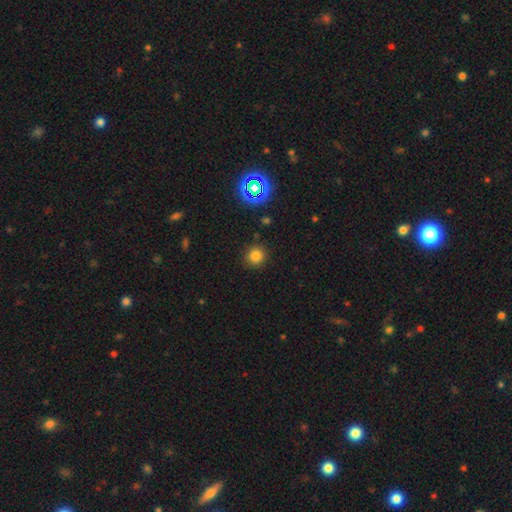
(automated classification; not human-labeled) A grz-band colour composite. It shows a smooth galaxy with no disk features (78%) that is round (93%). Merging: none (89%).